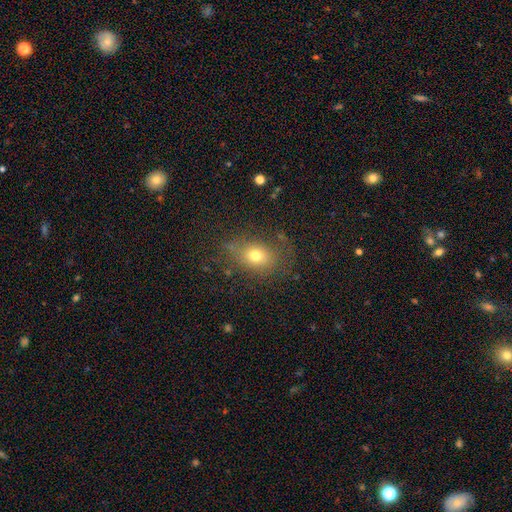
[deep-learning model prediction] Smooth or featured?
  - smooth: 71% *
  - star or artifact: 15%
  - featured or disk: 14%
How rounded?
  - in between: 59% *
  - round: 39%
  - cigar-shaped: 2%
Merging?
  - none: 71% *
  - minor disturbance: 18%
  - major disturbance: 9%
  - merger: 2%